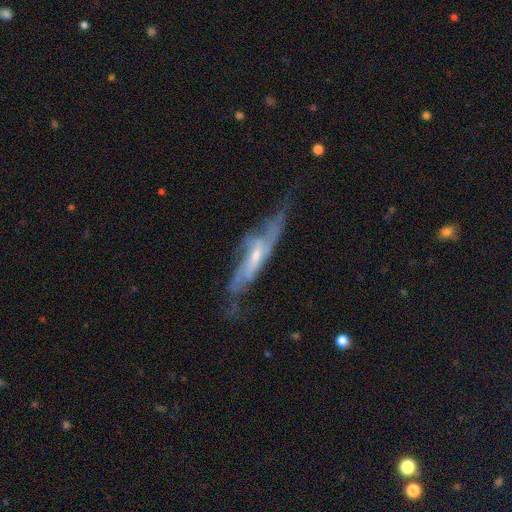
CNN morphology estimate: smooth_or_featured: featured or disk (p=0.77) [alt: smooth p=0.16]
disk_edge_on: no (p=0.54) [alt: yes p=0.46]
merging: none (p=0.57) [alt: minor disturbance p=0.26]